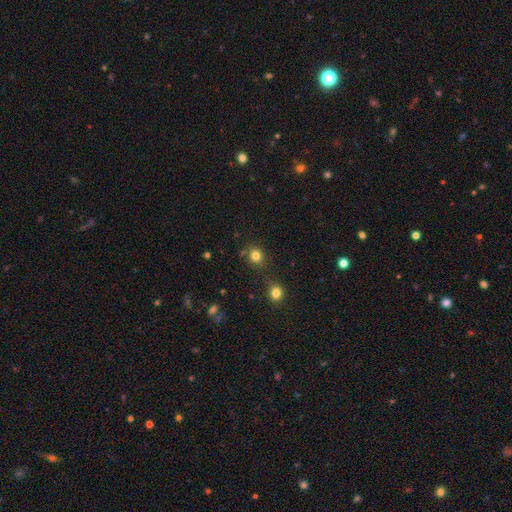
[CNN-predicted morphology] smooth-or-featured: smooth: 81% | star or artifact: 14% | featured or disk: 5%
  how-rounded: round: 80% | in between: 19% | cigar-shaped: 1%
  merging: none: 77% | minor disturbance: 12% | merger: 7% | major disturbance: 4%